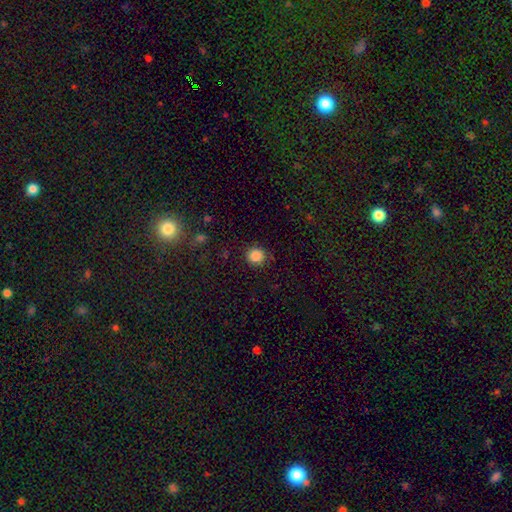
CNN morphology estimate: Overall: smooth (86%). How rounded: round (92%). Merging: none (88%).